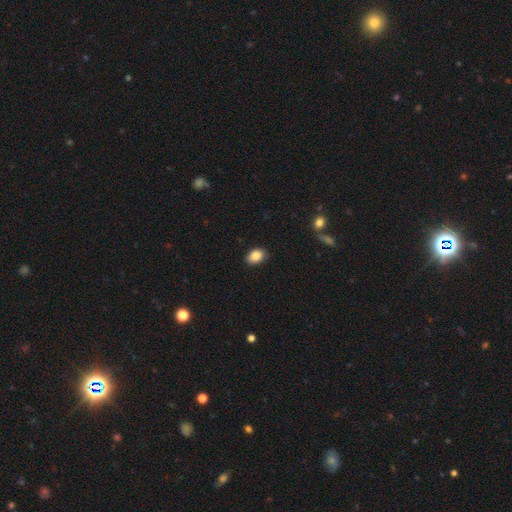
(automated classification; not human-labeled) A smooth galaxy with no disk features (86%) that is in between round and cigar-shaped (80%). Merging: none (87%).